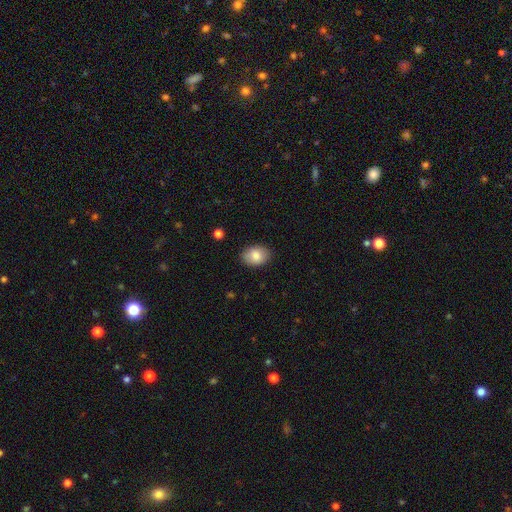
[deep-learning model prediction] smooth-or-featured: smooth: 85% | featured or disk: 8% | star or artifact: 7%
  how-rounded: in between: 78% | round: 21% | cigar-shaped: 1%
  merging: none: 86% | minor disturbance: 10% | major disturbance: 2% | merger: 1%